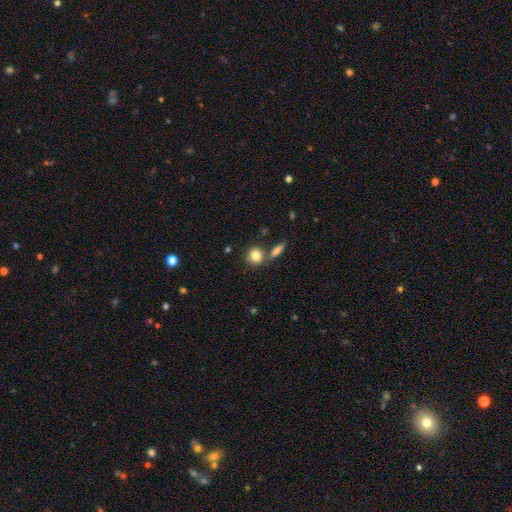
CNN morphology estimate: smooth_or_featured: smooth (p=0.82) [alt: featured or disk p=0.10]
how_rounded: round (p=0.79) [alt: in between p=0.19]
merging: none (p=0.65) [alt: merger p=0.22]